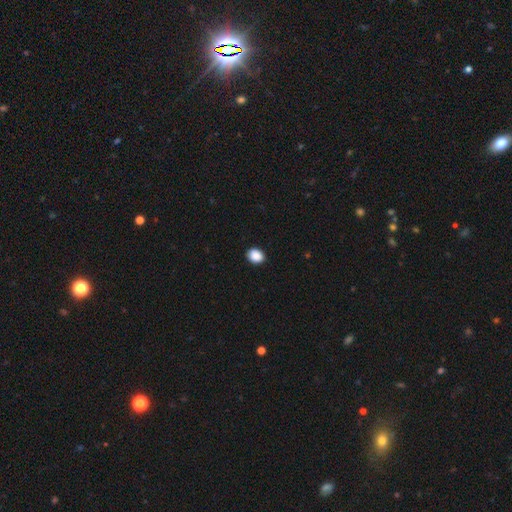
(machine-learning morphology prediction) smooth_or_featured: smooth (p=0.90) [alt: star or artifact p=0.08]
how_rounded: in between (p=0.50) [alt: round p=0.49]
merging: none (p=0.90) [alt: minor disturbance p=0.07]